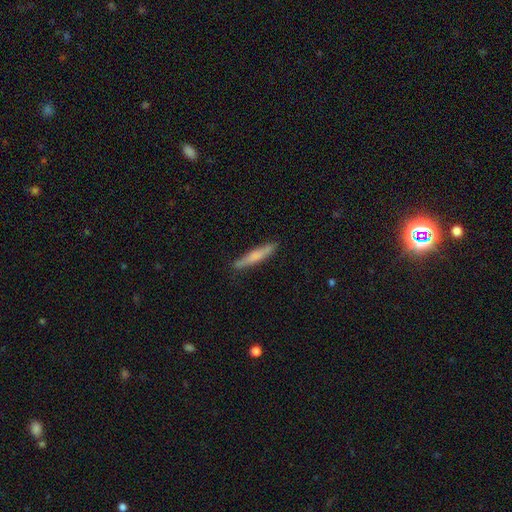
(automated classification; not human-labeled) Overall: smooth (63%; featured or disk 31%). How rounded: cigar-shaped (92%). Merging: none (87%).